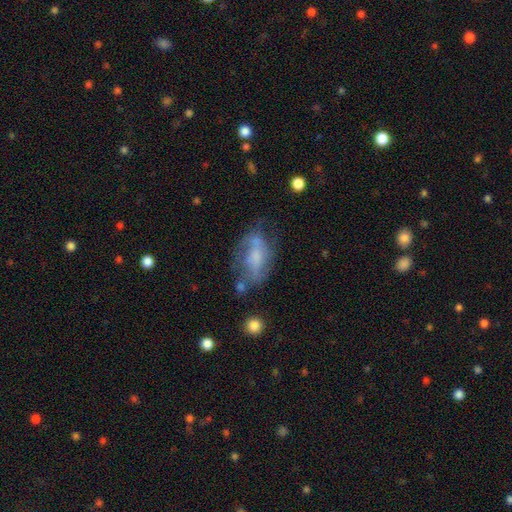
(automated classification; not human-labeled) Smooth or featured: featured or disk — 53% (smooth — 37%)
Edge-on disk: no — 90% (yes — 10%)
Merging: none — 44% (minor disturbance — 26%)